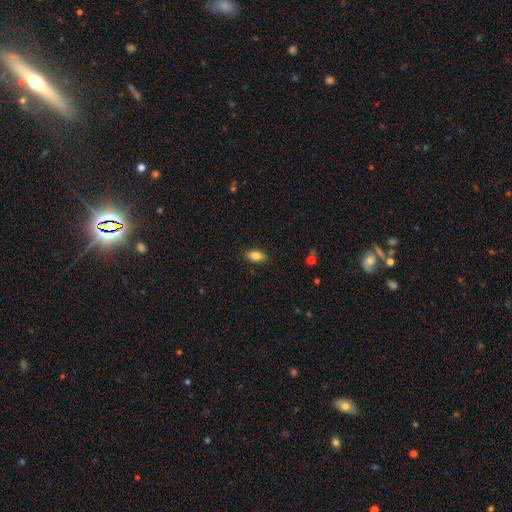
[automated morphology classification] Smooth or featured? smooth (85%)
How rounded? in between (87%)
Merging? none (88%)